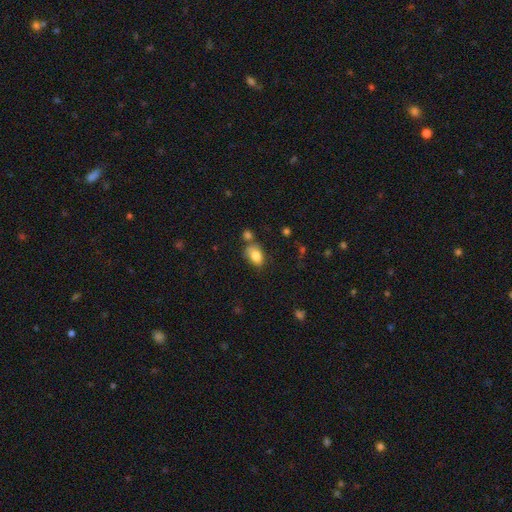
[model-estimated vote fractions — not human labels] Morphology: type=smooth (83%); roundness=in between (85%); merging=none (56%).